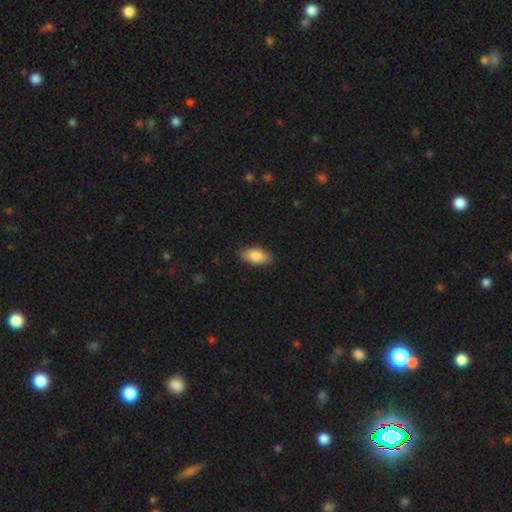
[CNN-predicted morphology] Overall: smooth (88%). How rounded: in between (91%). Merging: none (87%).